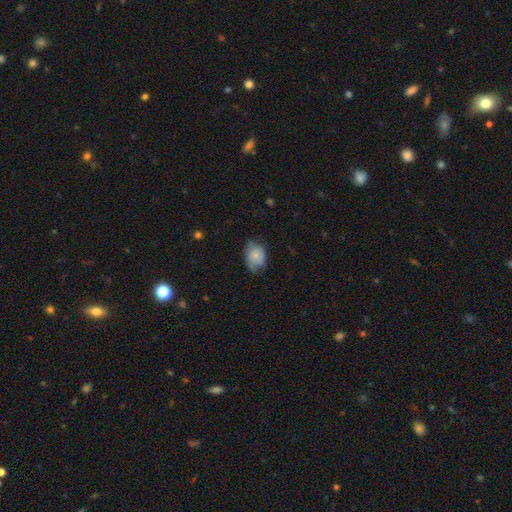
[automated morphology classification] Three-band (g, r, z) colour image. It shows a smooth galaxy with no disk features (70%) that is in between round and cigar-shaped (71%). Merging: none (54%).